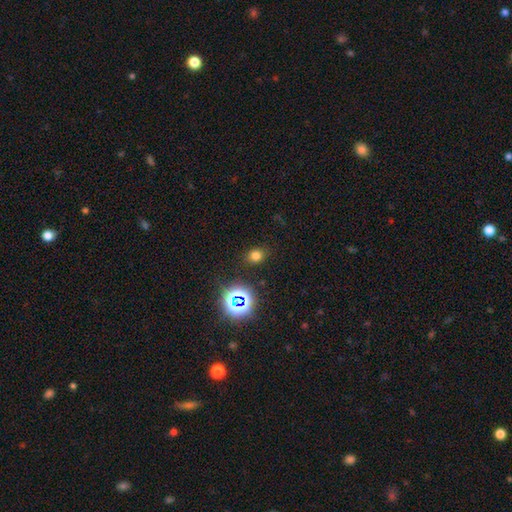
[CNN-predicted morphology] Overall: smooth (71%). How rounded: round (63%; in between 35%). Merging: none (85%).